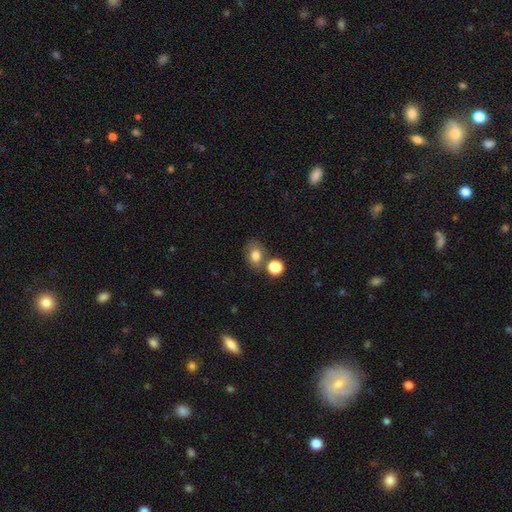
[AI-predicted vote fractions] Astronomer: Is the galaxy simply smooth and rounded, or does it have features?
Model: smooth — 79%.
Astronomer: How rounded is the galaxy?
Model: in between — 57% (runner-up: round, 42%).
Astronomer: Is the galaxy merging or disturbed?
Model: none — 58%.